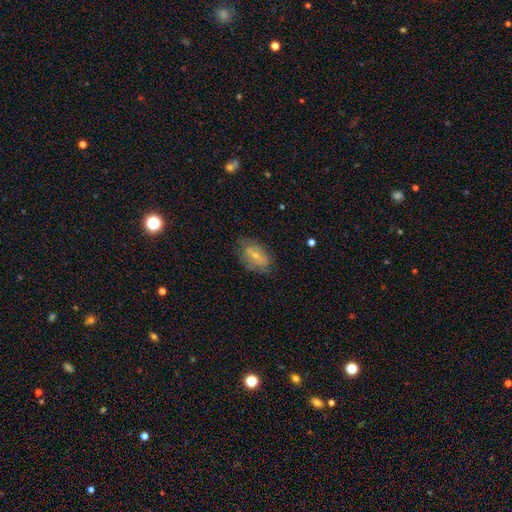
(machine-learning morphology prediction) smooth 50%, featured or disk 42%, star or artifact 9%. Down the decision tree: merging — none (68%).